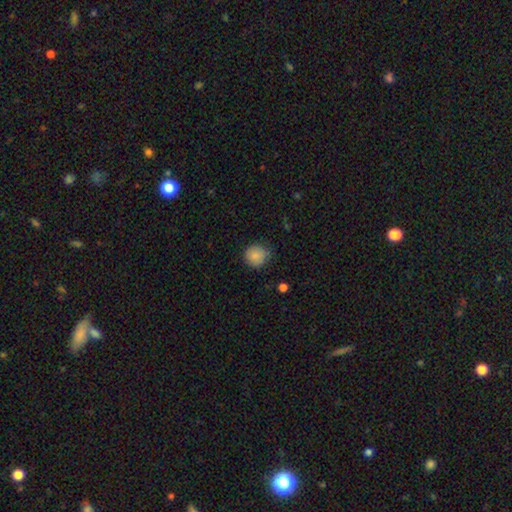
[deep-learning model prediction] Smooth or featured? Predicted: smooth (p=0.85). How rounded? Predicted: round (p=0.88). Merging? Predicted: none (p=0.75).